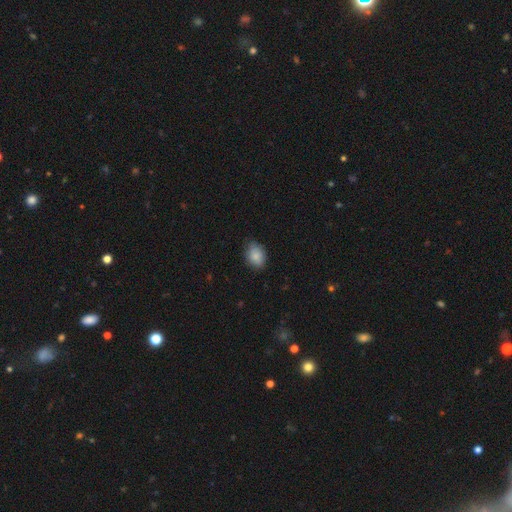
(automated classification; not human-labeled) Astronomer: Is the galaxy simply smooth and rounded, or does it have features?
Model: smooth — 87%.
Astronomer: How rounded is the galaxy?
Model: in between — 75%.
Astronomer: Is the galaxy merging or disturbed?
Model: none — 78%.